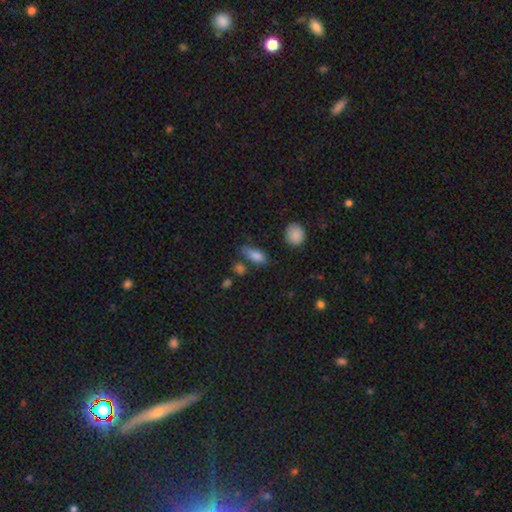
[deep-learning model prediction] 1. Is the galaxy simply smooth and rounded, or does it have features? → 82% smooth, 9% star or artifact, 8% featured or disk.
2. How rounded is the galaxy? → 79% in between, 16% cigar-shaped, 5% round.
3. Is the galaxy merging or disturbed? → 58% none, 24% minor disturbance, 9% merger, 8% major disturbance.